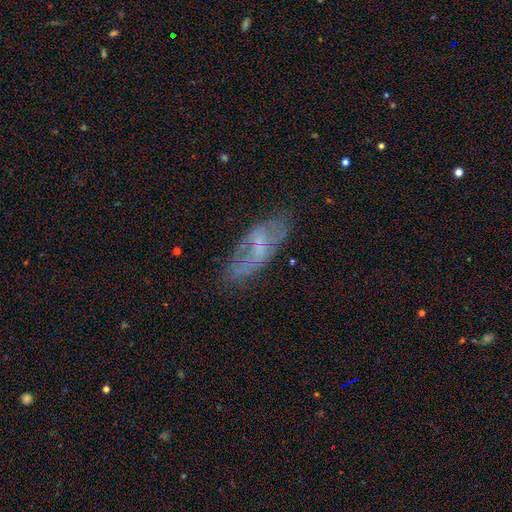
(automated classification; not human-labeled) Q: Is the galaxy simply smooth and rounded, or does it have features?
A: featured or disk — 52%.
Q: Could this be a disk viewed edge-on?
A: no — 78%.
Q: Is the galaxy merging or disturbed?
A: none — 68%.